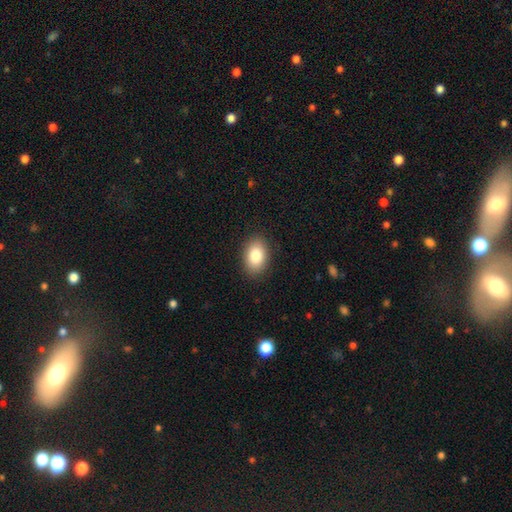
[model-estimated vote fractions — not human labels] Smooth or featured: smooth — 83% (featured or disk — 9%)
How rounded: in between — 85% (round — 14%)
Merging: none — 89% (minor disturbance — 8%)